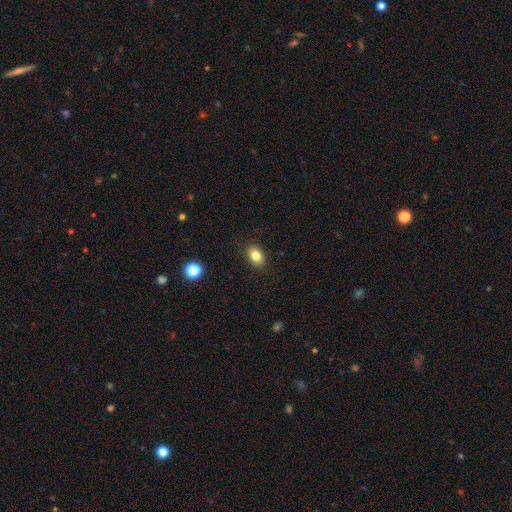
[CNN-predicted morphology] Smooth or featured: smooth — 82% (star or artifact — 10%)
How rounded: in between — 76% (round — 23%)
Merging: none — 88% (minor disturbance — 8%)